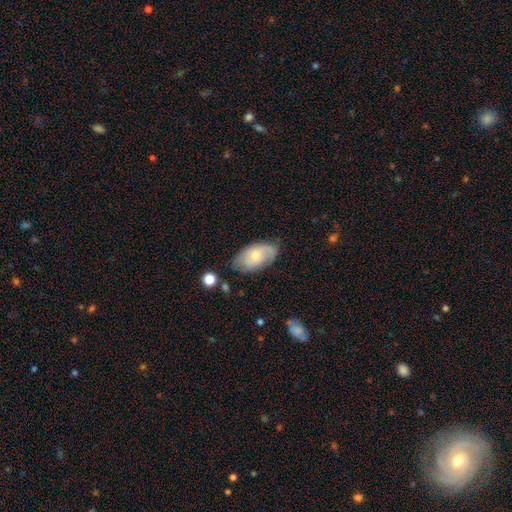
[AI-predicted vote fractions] A smooth galaxy with no disk features (52%) that is in between round and cigar-shaped (93%).

Vote fractions:
- Smooth or featured? smooth: 52% / featured or disk: 41% / star or artifact: 7%
- How rounded? in between: 93% / round: 5% / cigar-shaped: 2%
- Merging? none: 67% / minor disturbance: 25% / major disturbance: 6% / merger: 2%